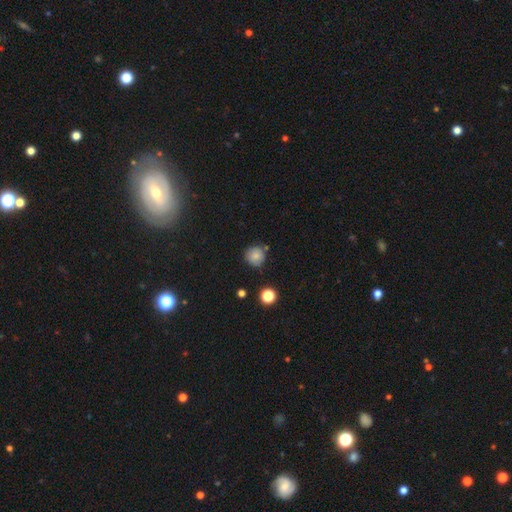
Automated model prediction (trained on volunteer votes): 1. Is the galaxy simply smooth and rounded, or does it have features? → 81% smooth, 11% star or artifact, 8% featured or disk.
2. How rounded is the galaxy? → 92% round, 7% in between, 1% cigar-shaped.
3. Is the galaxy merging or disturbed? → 77% none, 14% minor disturbance, 5% merger, 3% major disturbance.